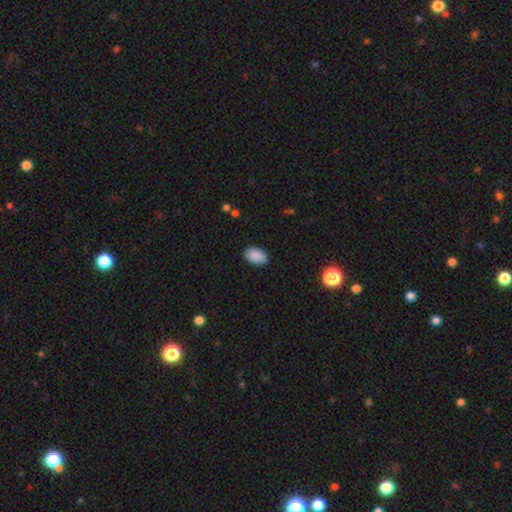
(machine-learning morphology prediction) Smooth or featured? smooth (90%)
How rounded? in between (91%)
Merging? none (89%)